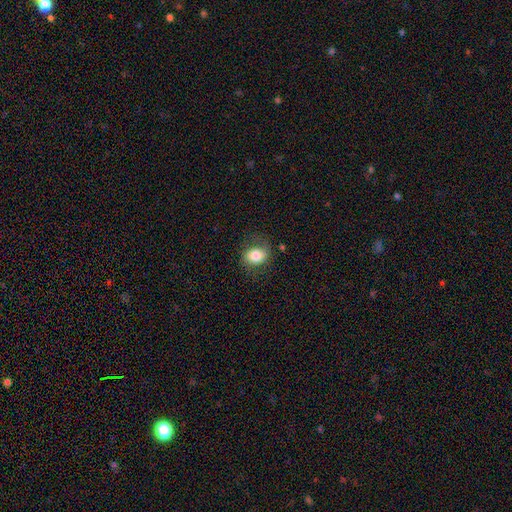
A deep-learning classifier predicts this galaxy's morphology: This appears to be a smooth galaxy with no disk features (77%) that is in between round and cigar-shaped (59%). Merging: none (72%).